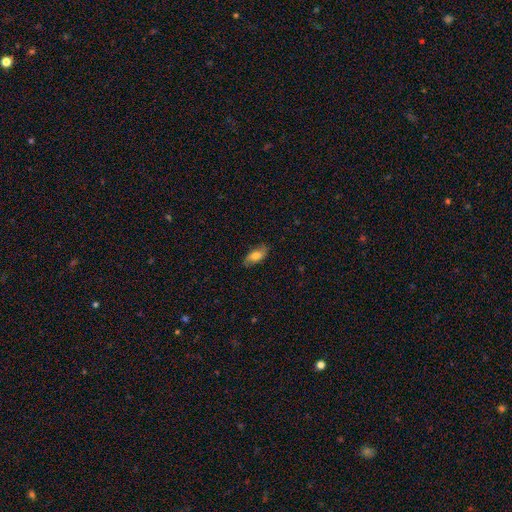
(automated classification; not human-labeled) Q: Smooth or featured?
A: smooth (67%); runner-up: featured or disk (26%)
Q: How rounded?
A: in between (84%); runner-up: cigar-shaped (13%)
Q: Merging?
A: none (81%); runner-up: minor disturbance (15%)